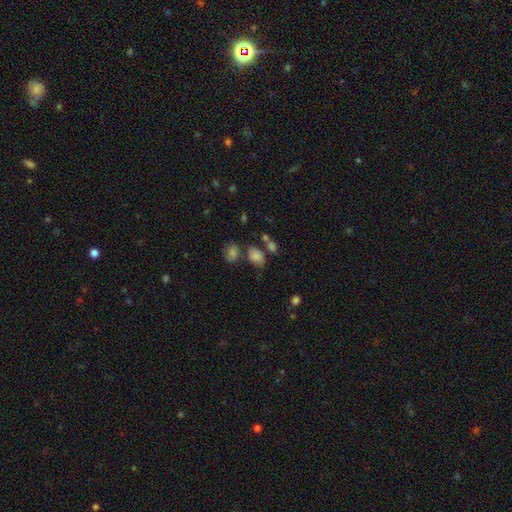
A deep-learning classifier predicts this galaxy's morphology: The model was most divided on "merging": none: 45%, merger: 26%, minor disturbance: 19%, major disturbance: 10%. More confident: how rounded — in between (78%); smooth or featured — smooth (71%).